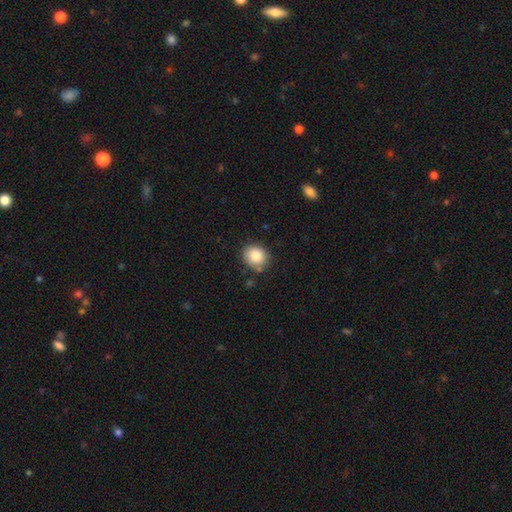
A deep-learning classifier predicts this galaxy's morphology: Overall: smooth (85%). How rounded: round (74%). Merging: none (78%).